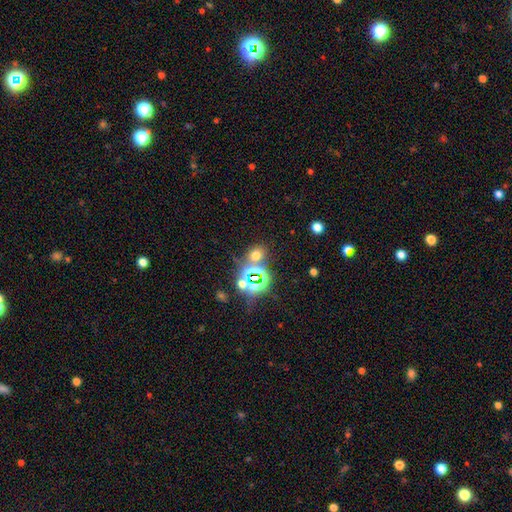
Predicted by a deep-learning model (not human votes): Smooth or featured? Predicted: smooth (p=0.54). How rounded? Predicted: round (p=0.64). Merging? Predicted: none (p=0.72).